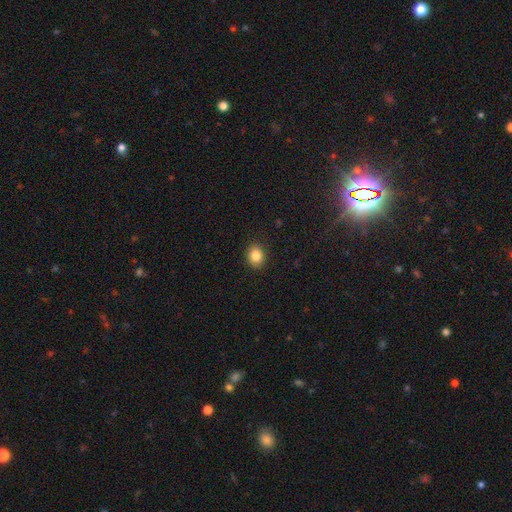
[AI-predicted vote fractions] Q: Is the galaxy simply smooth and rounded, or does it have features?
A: smooth — 85%.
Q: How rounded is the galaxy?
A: round — 60%.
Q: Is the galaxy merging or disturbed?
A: none — 90%.